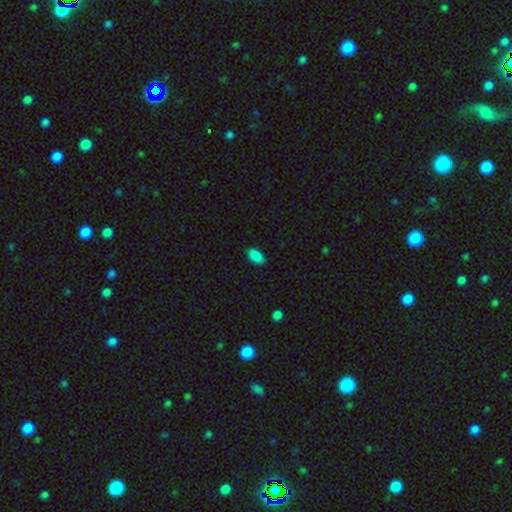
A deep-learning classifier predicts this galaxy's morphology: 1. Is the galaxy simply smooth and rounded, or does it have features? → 88% smooth, 9% star or artifact, 3% featured or disk.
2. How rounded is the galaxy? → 92% in between, 7% round, 2% cigar-shaped.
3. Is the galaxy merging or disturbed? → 87% none, 10% minor disturbance, 2% major disturbance, 1% merger.